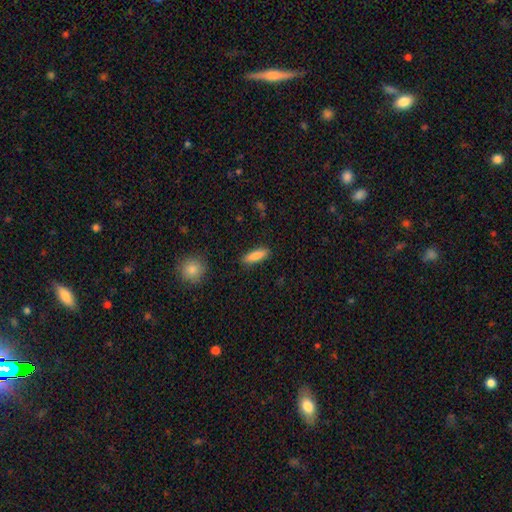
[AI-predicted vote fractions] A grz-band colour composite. It shows a smooth galaxy with no disk features (85%) that is cigar-shaped (51%). Merging: none (88%).